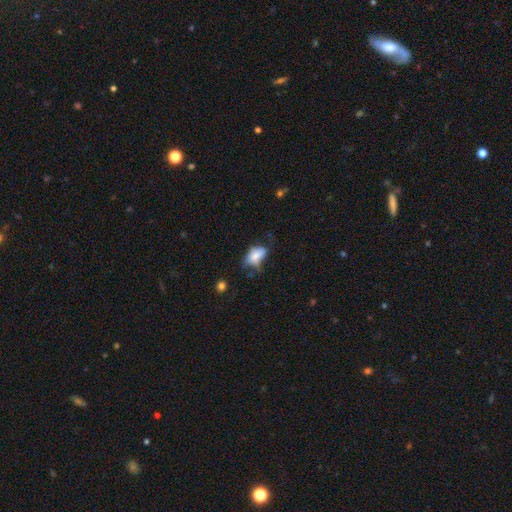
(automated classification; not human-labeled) Smooth or featured: smooth — 75% (featured or disk — 16%)
How rounded: in between — 89% (round — 8%)
Merging: minor disturbance — 37% (tied with none — 37%)